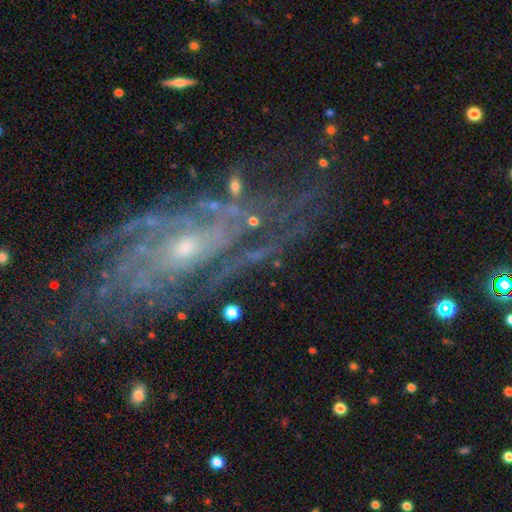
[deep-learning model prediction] Morphology: type=featured or disk (84%); edge-on=no (93%); bar=no (67%); spiral arms=yes (92%); winding=tight (54%); arm count=can't tell (36%); bulge=small (59%); merging=none (62%).